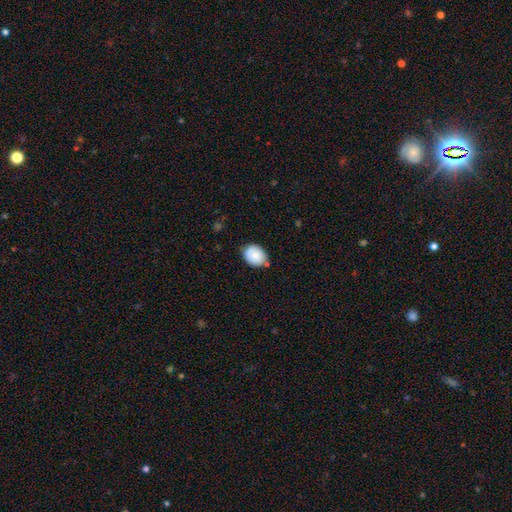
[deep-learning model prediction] Q: Smooth or featured?
A: smooth (82%); runner-up: featured or disk (11%)
Q: How rounded?
A: in between (51%); runner-up: round (48%)
Q: Merging?
A: none (75%); runner-up: minor disturbance (18%)